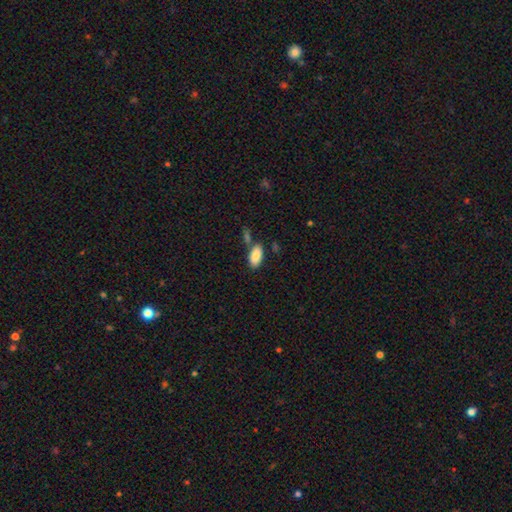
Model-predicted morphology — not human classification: smooth_or_featured: smooth (p=0.87) [alt: star or artifact p=0.06]
how_rounded: in between (p=0.92) [alt: cigar-shaped p=0.06]
merging: none (p=0.67) [alt: merger p=0.15]